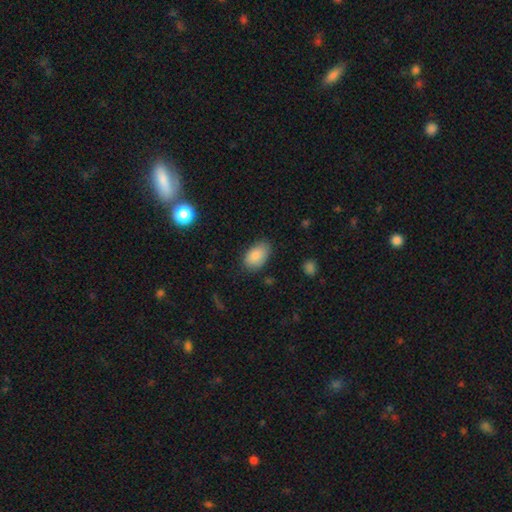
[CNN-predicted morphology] This is clearly a smooth galaxy (86%). How rounded: clearly in between (92%). Merging: likely none (74%).